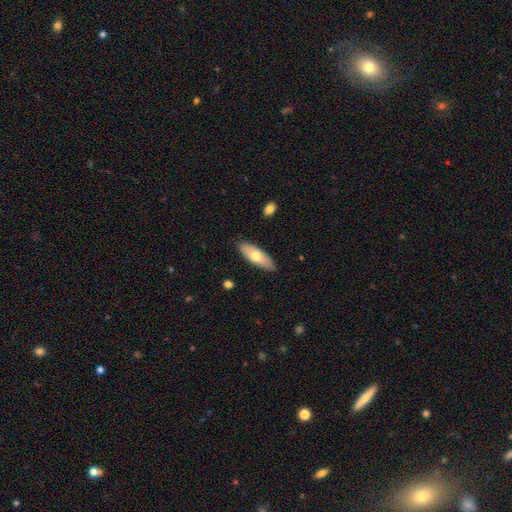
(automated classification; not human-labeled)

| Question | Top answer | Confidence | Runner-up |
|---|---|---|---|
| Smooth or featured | smooth | 67% | featured or disk (27%) |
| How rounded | in between | 65% | cigar-shaped (33%) |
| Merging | none | 87% | minor disturbance (10%) |